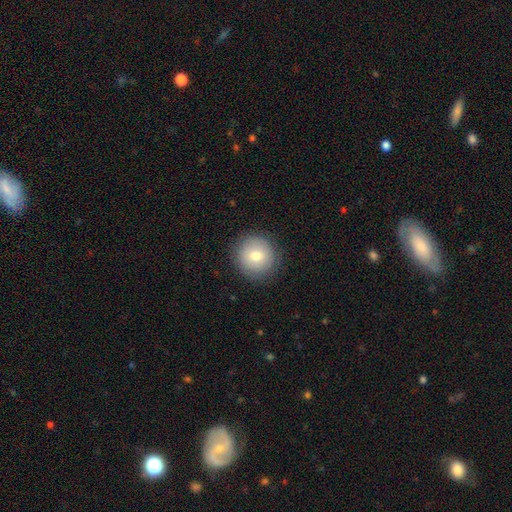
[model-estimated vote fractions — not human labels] smooth_or_featured: smooth (p=0.76) [alt: featured or disk p=0.15]
how_rounded: round (p=0.93) [alt: in between p=0.06]
merging: none (p=0.88) [alt: minor disturbance p=0.08]